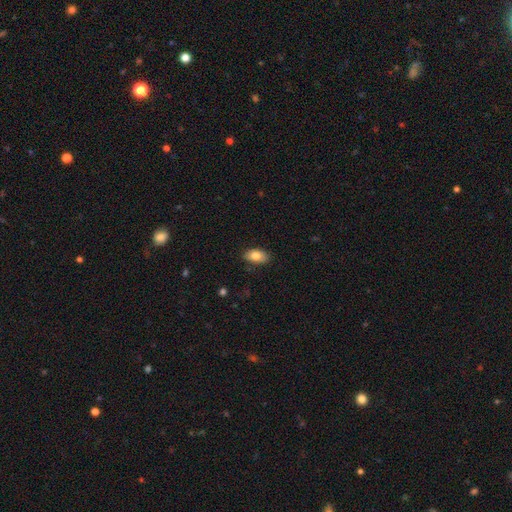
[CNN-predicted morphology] A smooth galaxy with no disk features (81%) that is in between round and cigar-shaped (92%).

Vote fractions:
- Smooth or featured? smooth: 81% / featured or disk: 12% / star or artifact: 7%
- How rounded? in between: 92% / round: 6% / cigar-shaped: 3%
- Merging? none: 85% / minor disturbance: 12% / major disturbance: 2% / merger: 1%